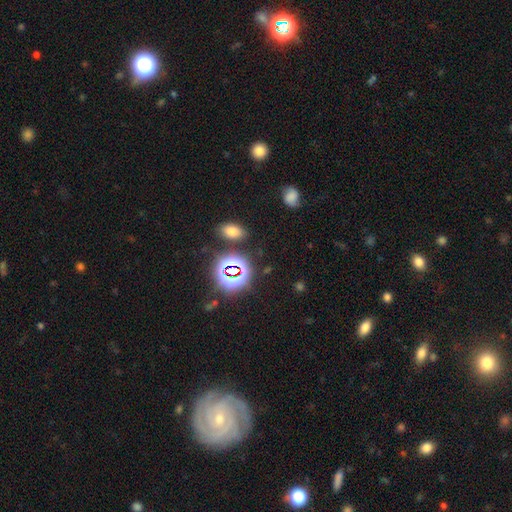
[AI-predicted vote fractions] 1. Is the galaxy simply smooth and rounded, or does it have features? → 57% star or artifact, 32% smooth, 11% featured or disk.